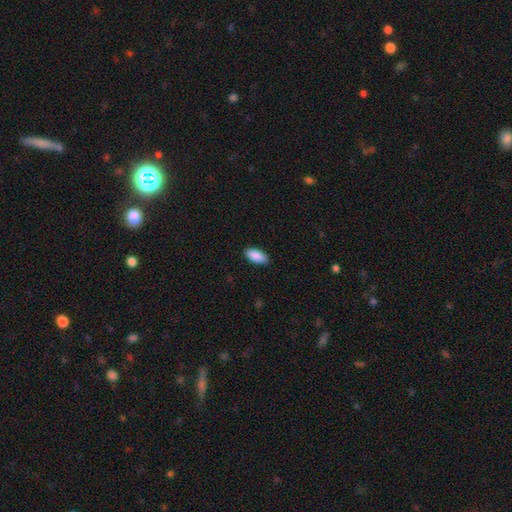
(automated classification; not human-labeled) Smooth or featured: smooth — 90% (star or artifact — 6%)
How rounded: in between — 91% (cigar-shaped — 7%)
Merging: none — 88% (minor disturbance — 9%)